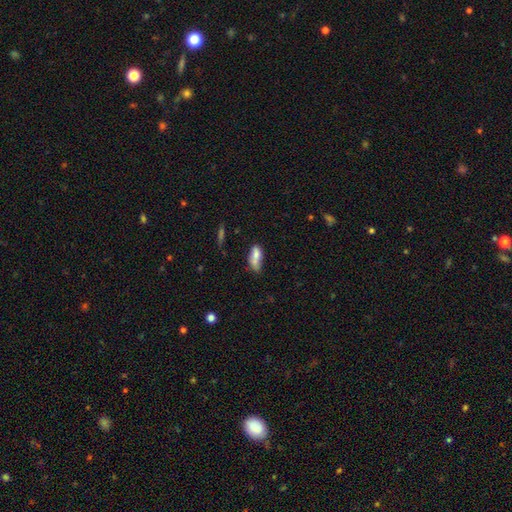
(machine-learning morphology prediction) This appears to be a smooth galaxy with no disk features (72%) that is in between round and cigar-shaped (75%). Merging: none (40%).